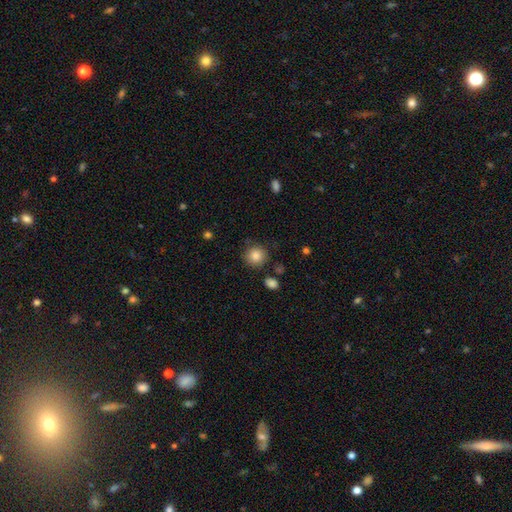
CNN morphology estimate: A smooth galaxy with no disk features (86%) that is round (91%). Merging: none (84%).